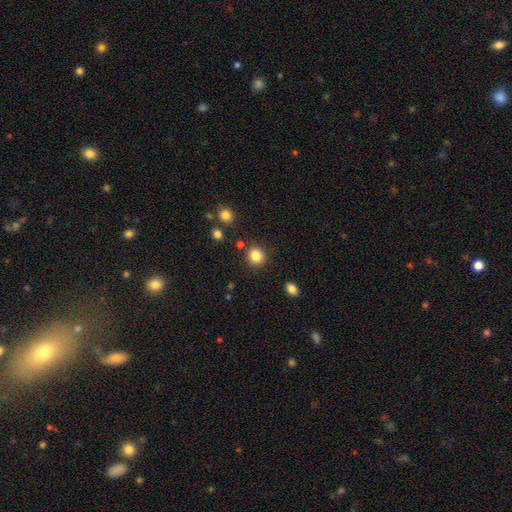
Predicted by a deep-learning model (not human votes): The model was most divided on "smooth or featured": smooth: 85%, star or artifact: 11%, featured or disk: 4%. More confident: how rounded — round (90%); merging — none (87%).